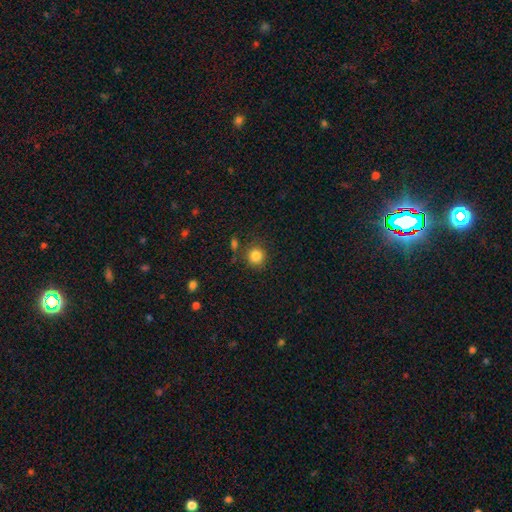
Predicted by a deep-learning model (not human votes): The model was most divided on "merging": none: 82%, minor disturbance: 10%, merger: 5%, major disturbance: 3%. More confident: how rounded — round (91%); smooth or featured — smooth (85%).